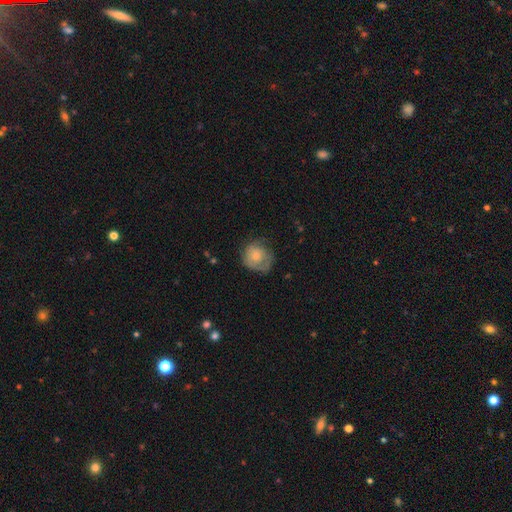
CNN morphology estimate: A smooth galaxy with no disk features (59%) that is round (78%).

Vote fractions:
- Smooth or featured? smooth: 59% / featured or disk: 34% / star or artifact: 7%
- How rounded? round: 78% / in between: 22% / cigar-shaped: 1%
- Merging? none: 53% / minor disturbance: 30% / major disturbance: 16% / merger: 1%